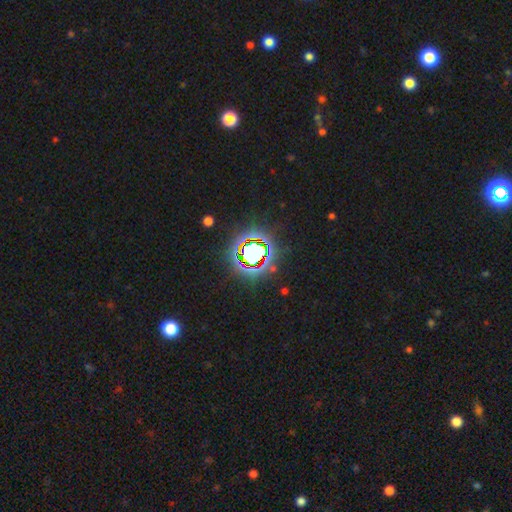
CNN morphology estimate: This appears to be a star or artifact, not a galaxy (72%).